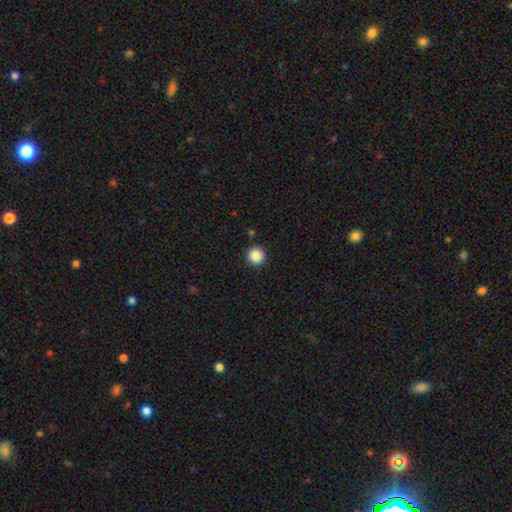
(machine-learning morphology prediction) Smooth or featured: smooth — 87% (star or artifact — 10%)
How rounded: round — 96% (in between — 3%)
Merging: none — 93% (minor disturbance — 4%)